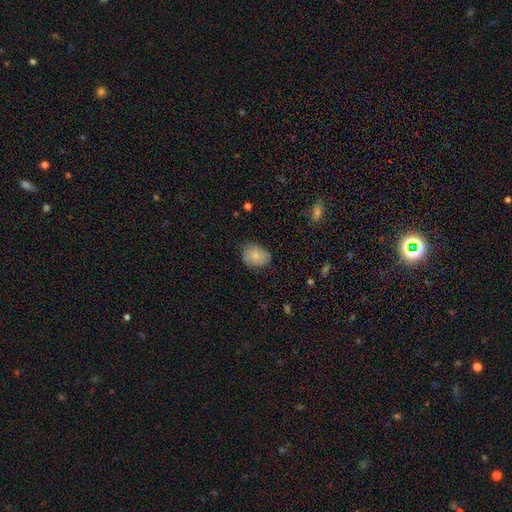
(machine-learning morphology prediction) The model was most divided on "how rounded": in between: 53%, round: 46%, cigar-shaped: 1%. More confident: smooth or featured — smooth (78%); merging — none (67%).